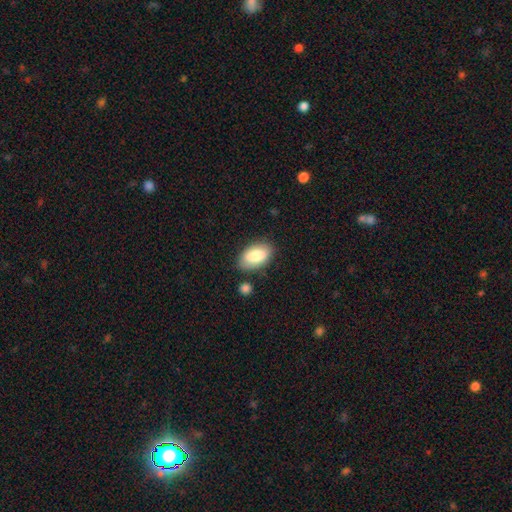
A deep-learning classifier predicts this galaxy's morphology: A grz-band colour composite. It shows a smooth galaxy with no disk features (83%) that is in between round and cigar-shaped (94%). Merging: none (79%).